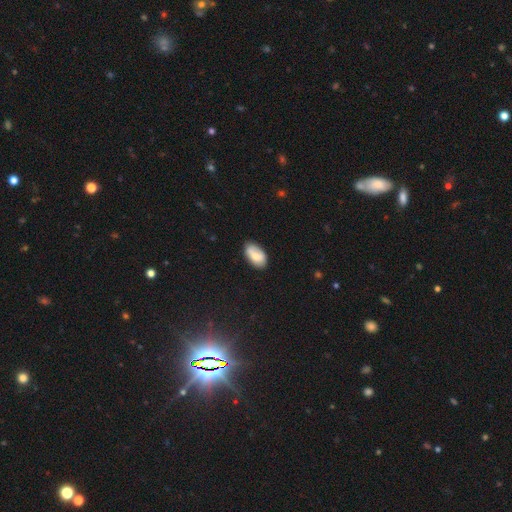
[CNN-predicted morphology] Q: Smooth or featured?
A: smooth (70%); runner-up: featured or disk (23%)
Q: How rounded?
A: in between (94%); runner-up: round (4%)
Q: Merging?
A: none (71%); runner-up: minor disturbance (21%)